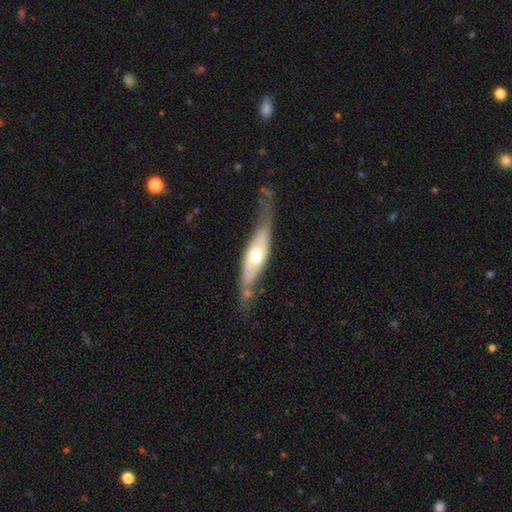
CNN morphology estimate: Smooth or featured? featured or disk (58%)
Edge-on disk? yes (59%)
Merging? none (53%)